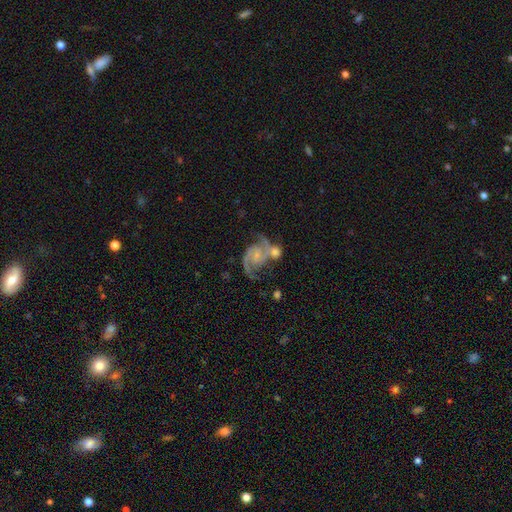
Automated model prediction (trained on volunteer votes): Q: Smooth or featured?
A: featured or disk (89%); runner-up: smooth (5%)
Q: Edge-on disk?
A: no (98%); runner-up: yes (2%)
Q: Bar?
A: no (56%); runner-up: weak (35%)
Q: Spiral arms?
A: yes (98%); runner-up: no (2%)
Q: Spiral winding?
A: medium (57%); runner-up: loose (26%)
Q: Spiral arm count?
A: 2 (89%); runner-up: 3 (4%)
Q: Bulge size?
A: small (63%); runner-up: moderate (18%)
Q: Merging?
A: none (43%); runner-up: merger (31%)